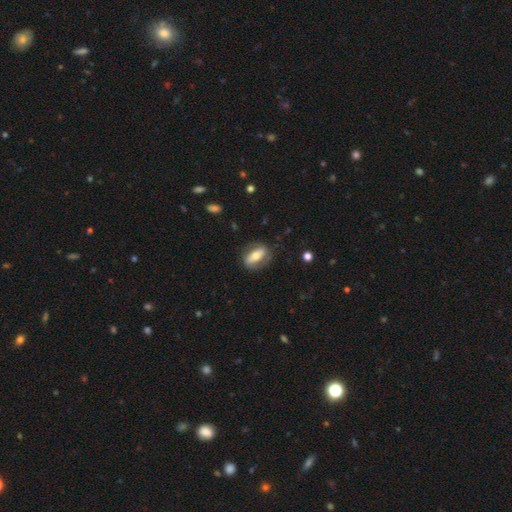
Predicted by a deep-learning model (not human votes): Smooth or featured: smooth — 49% (featured or disk — 44%)
Merging: none — 73% (minor disturbance — 17%)